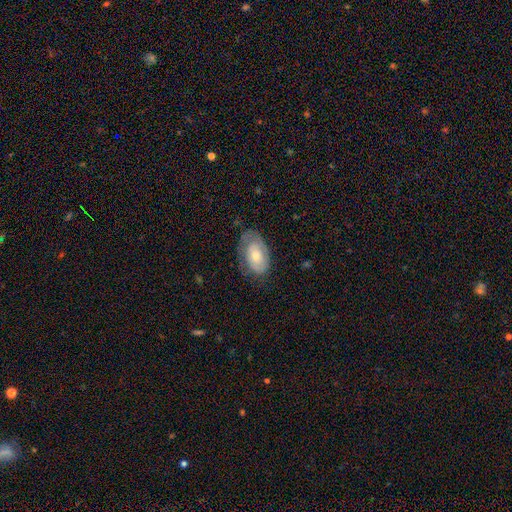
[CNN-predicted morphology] smooth-or-featured: smooth: 54% | featured or disk: 40% | star or artifact: 6%
  how-rounded: in between: 91% | round: 7% | cigar-shaped: 1%
  merging: none: 60% | minor disturbance: 27% | major disturbance: 12% | merger: 1%